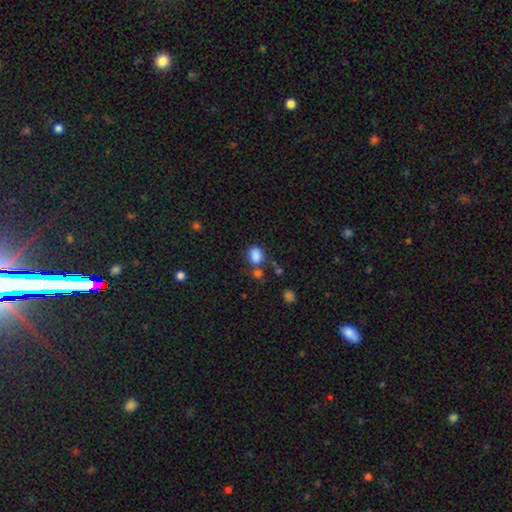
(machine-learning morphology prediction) This is clearly a smooth galaxy (84%). How rounded: possibly round (56%). Merging: likely none (65%).